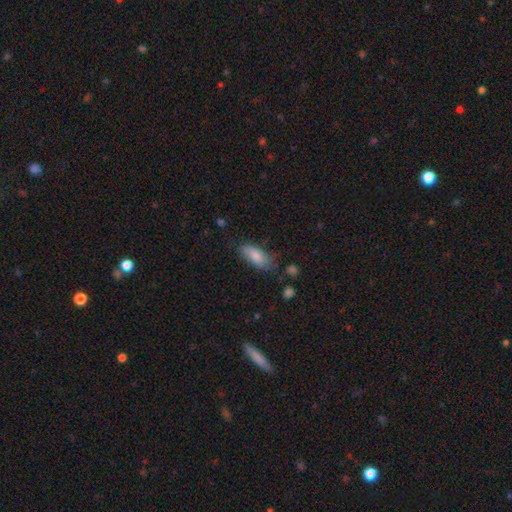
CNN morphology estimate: smooth_or_featured: smooth (p=0.83) [alt: featured or disk p=0.11]
how_rounded: in between (p=0.84) [alt: cigar-shaped p=0.14]
merging: none (p=0.63) [alt: minor disturbance p=0.26]